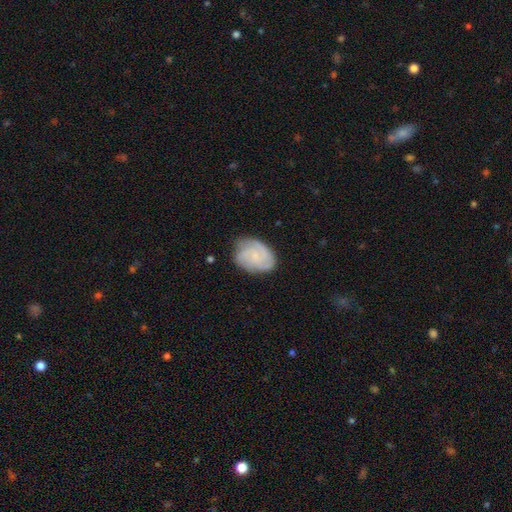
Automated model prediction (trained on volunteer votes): Smooth or featured?
  - featured or disk: 74% *
  - smooth: 20%
  - star or artifact: 6%
Edge-on disk?
  - no: 98% *
  - yes: 2%
Bar?
  - no: 72% *
  - weak: 25%
  - strong: 3%
Spiral arms?
  - yes: 96% *
  - no: 4%
Spiral winding?
  - tight: 58% *
  - medium: 34%
  - loose: 8%
Spiral arm count?
  - 3: 44% *
  - can't tell: 18%
  - 4: 15%
  - 2: 14%
  - more than 4: 5%
  - 1: 5%
Bulge size?
  - small: 67% *
  - none: 16%
  - moderate: 14%
  - large: 1%
  - dominant: 1%
Merging?
  - none: 74% *
  - minor disturbance: 19%
  - major disturbance: 5%
  - merger: 1%